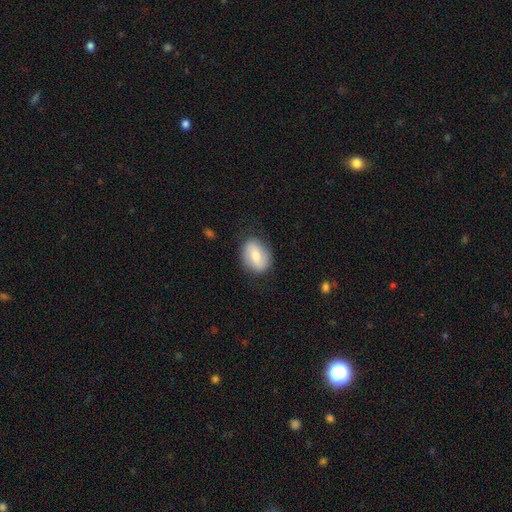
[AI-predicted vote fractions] Morphology: type=smooth (65%); roundness=in between (72%); merging=none (80%).